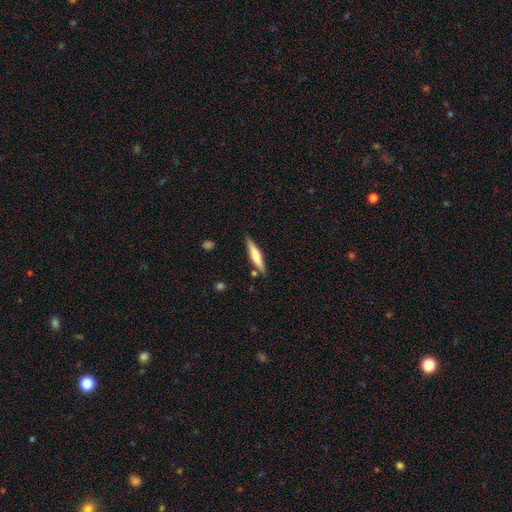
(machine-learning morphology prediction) A smooth galaxy with no disk features (55%) that is cigar-shaped (85%). Merging: none (83%).